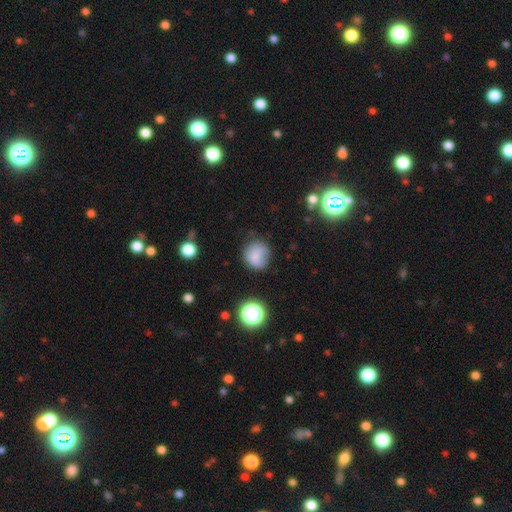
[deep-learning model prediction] Overall: smooth (75%). How rounded: round (80%). Merging: none (65%).